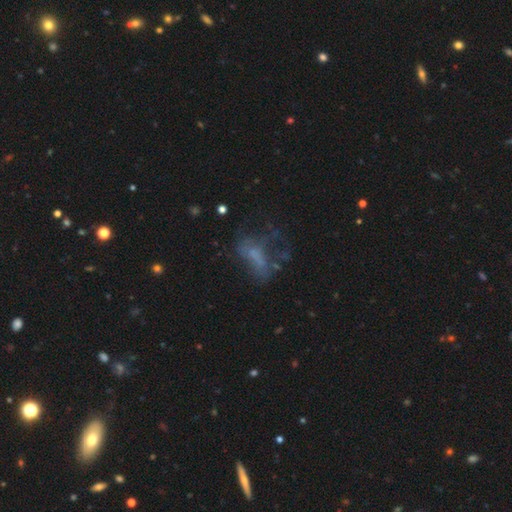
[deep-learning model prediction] Overall: featured or disk (41%; smooth 36%). Merging: major disturbance (39%; none 35%).